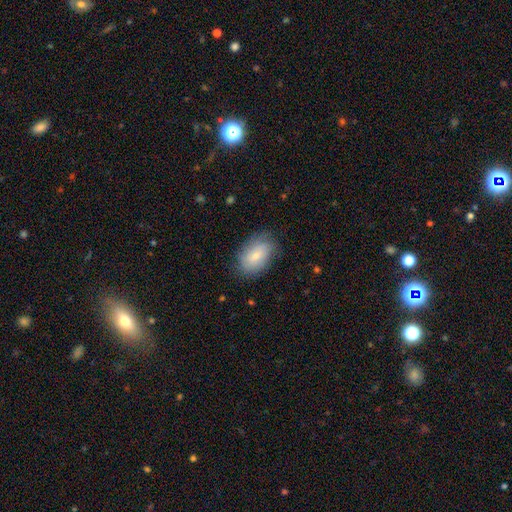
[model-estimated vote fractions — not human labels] Q: Smooth or featured?
A: smooth (68%); runner-up: featured or disk (24%)
Q: How rounded?
A: in between (89%); runner-up: round (10%)
Q: Merging?
A: none (74%); runner-up: minor disturbance (20%)